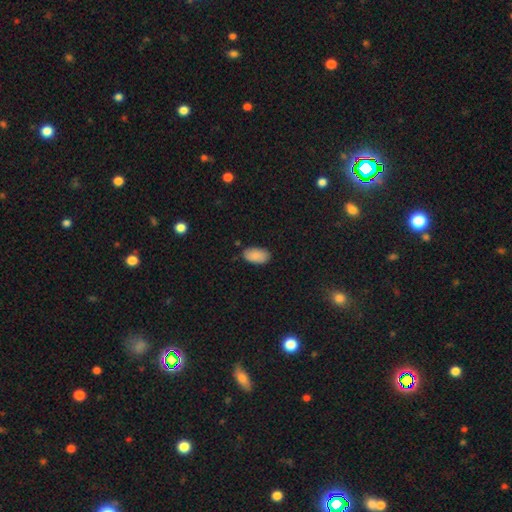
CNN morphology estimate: Smooth or featured: smooth — 88% (star or artifact — 7%)
How rounded: in between — 95% (round — 3%)
Merging: none — 79% (minor disturbance — 17%)